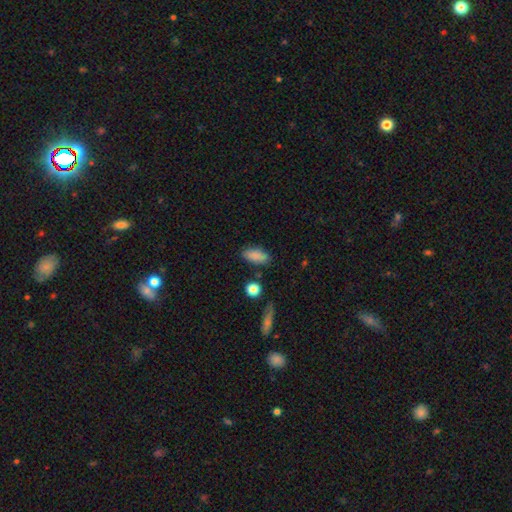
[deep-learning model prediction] The model was most divided on "merging": none: 80%, minor disturbance: 13%, merger: 3%, major disturbance: 3%. More confident: smooth or featured — smooth (86%); how rounded — in between (82%).